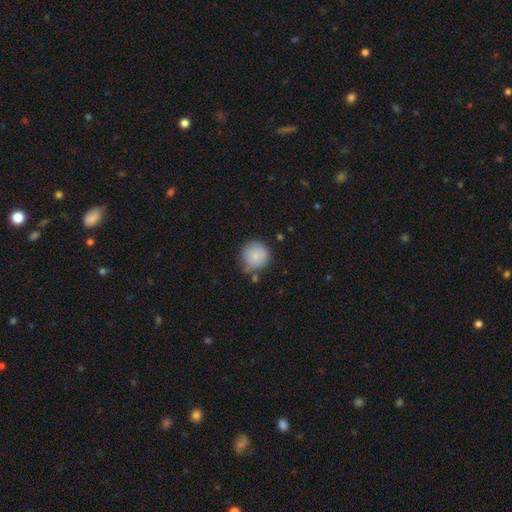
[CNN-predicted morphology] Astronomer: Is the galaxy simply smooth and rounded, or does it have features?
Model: smooth — 83%.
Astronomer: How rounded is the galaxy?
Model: round — 93%.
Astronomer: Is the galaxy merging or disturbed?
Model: none — 64%.